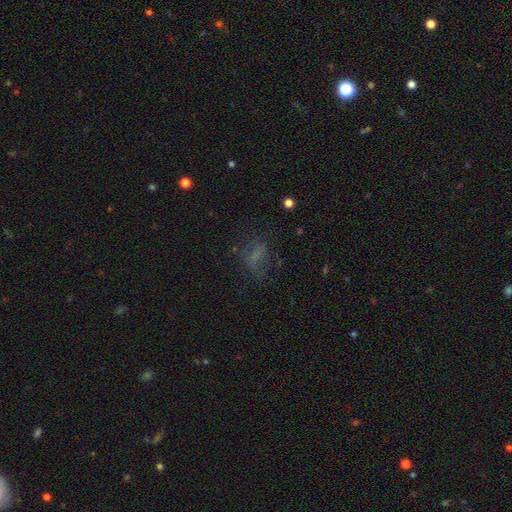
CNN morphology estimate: type=smooth (50%); merging=none (55%).